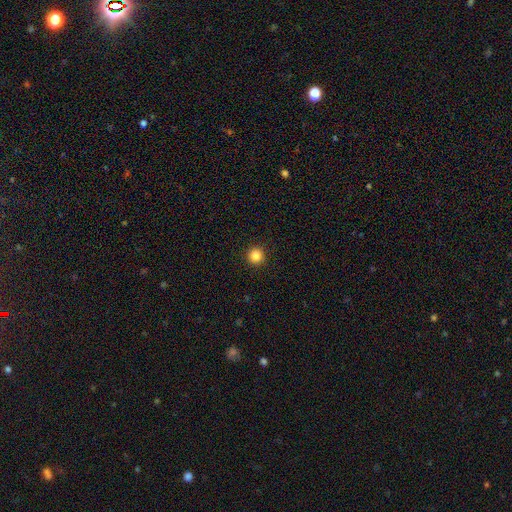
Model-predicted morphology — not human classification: smooth 85%, star or artifact 11%, featured or disk 4%. Down the decision tree: how rounded — round (96%); merging — none (93%).